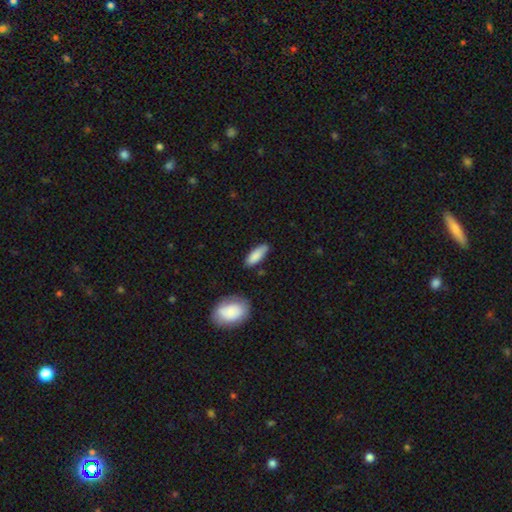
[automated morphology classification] Smooth or featured? Predicted: smooth (p=0.86). How rounded? Predicted: in between (p=0.68). Merging? Predicted: none (p=0.77).